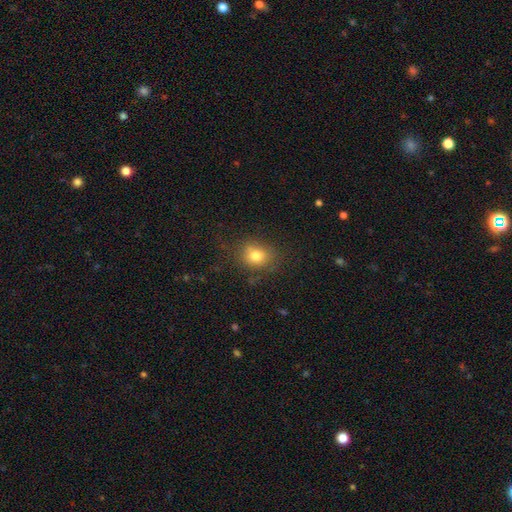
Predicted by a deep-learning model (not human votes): Q: Smooth or featured?
A: smooth (78%); runner-up: star or artifact (13%)
Q: How rounded?
A: round (60%); runner-up: in between (39%)
Q: Merging?
A: none (73%); runner-up: minor disturbance (17%)